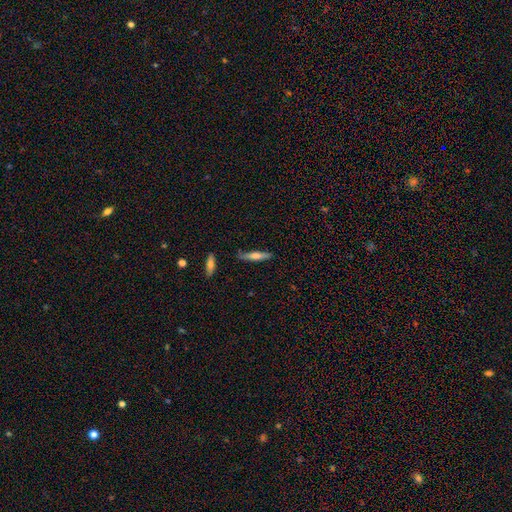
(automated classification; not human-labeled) The model was most divided on "smooth or featured": smooth: 55%, featured or disk: 39%, star or artifact: 6%. More confident: how rounded — cigar-shaped (85%); merging — none (81%).